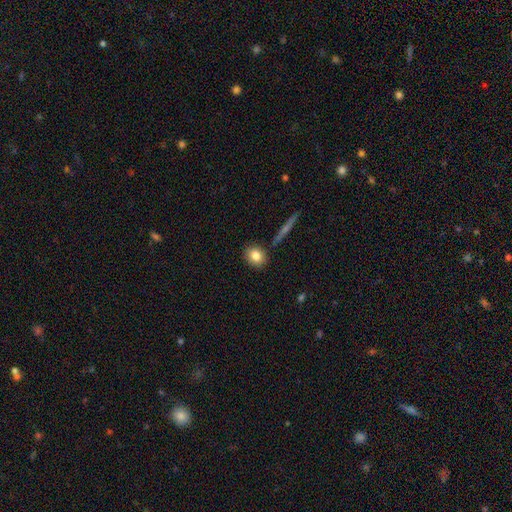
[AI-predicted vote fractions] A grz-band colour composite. It shows a smooth galaxy with no disk features (82%) that is round (59%). Merging: none (85%).